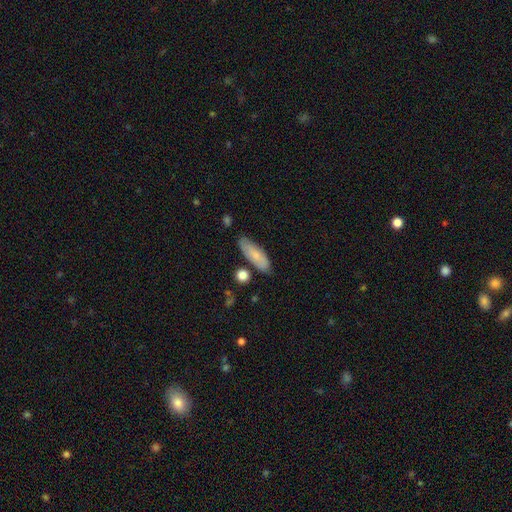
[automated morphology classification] type=smooth (75%); roundness=in between (62%); merging=none (75%).